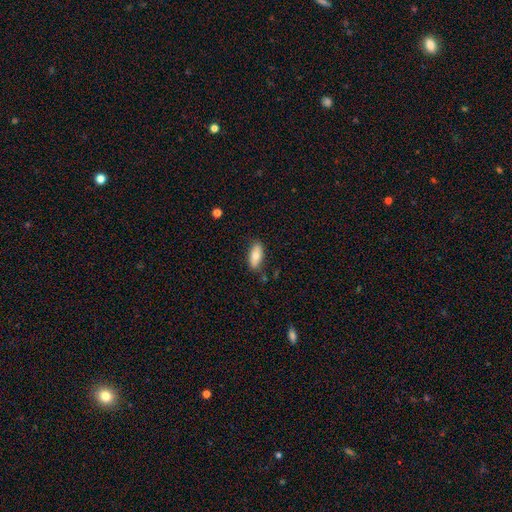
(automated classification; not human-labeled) A smooth galaxy with no disk features (75%) that is in between round and cigar-shaped (87%). Merging: none (81%).